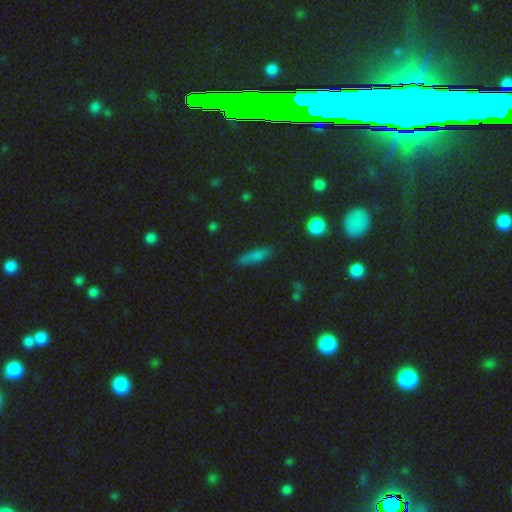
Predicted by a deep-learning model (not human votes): Smooth or featured? Predicted: smooth (p=0.71). How rounded? Predicted: cigar-shaped (p=0.56). Merging? Predicted: none (p=0.78).